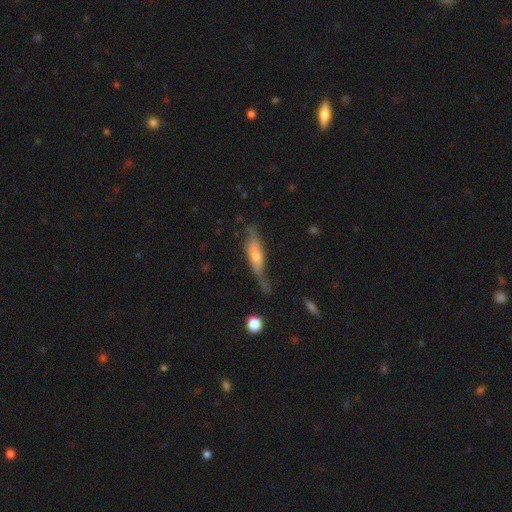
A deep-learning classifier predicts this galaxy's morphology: A featured or disk galaxy (48%).

Vote fractions:
- Smooth or featured? featured or disk: 48% / smooth: 46% / star or artifact: 7%
- Merging? none: 45% / minor disturbance: 32% / major disturbance: 17% / merger: 5%